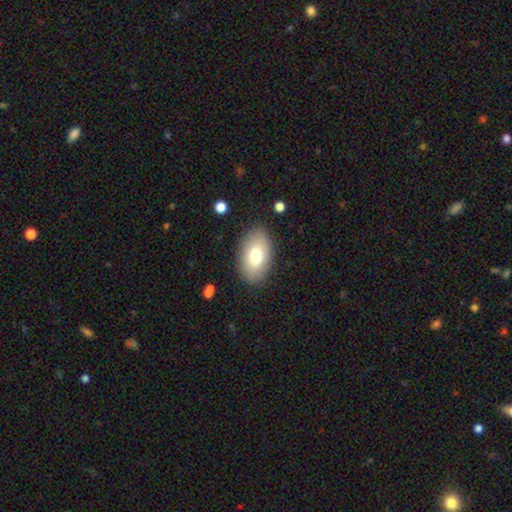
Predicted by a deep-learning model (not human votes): This appears to be a smooth galaxy with no disk features (75%) that is in between round and cigar-shaped (92%). Merging: none (86%).